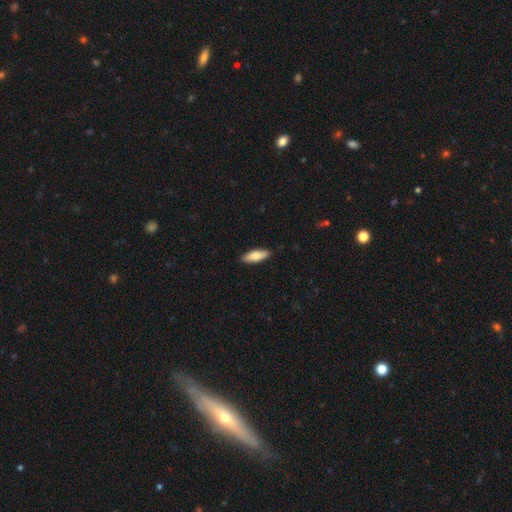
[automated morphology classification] A smooth galaxy with no disk features (75%) that is in between round and cigar-shaped (62%). Merging: none (89%).